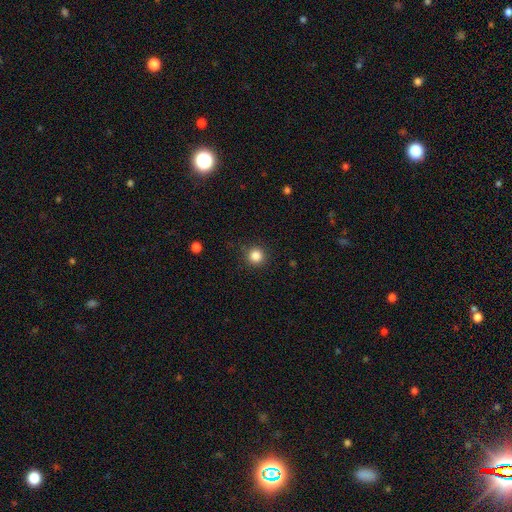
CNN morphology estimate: Smooth or featured: smooth — 85% (star or artifact — 12%)
How rounded: round — 94% (in between — 5%)
Merging: none — 88% (minor disturbance — 8%)